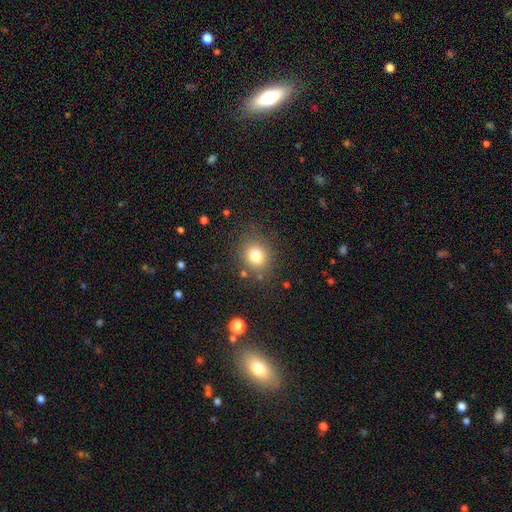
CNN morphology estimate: This appears to be a smooth galaxy with no disk features (78%) that is round (78%). Merging: none (82%).